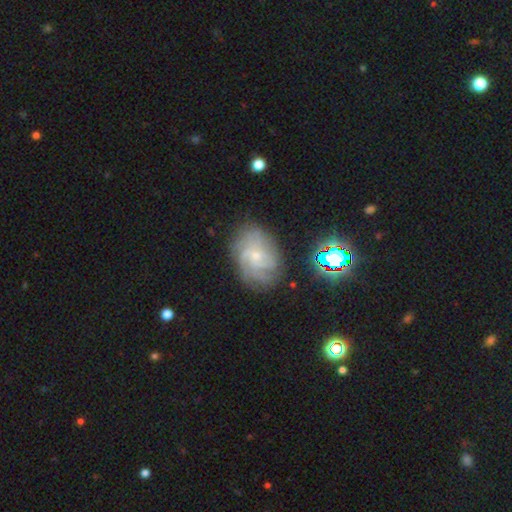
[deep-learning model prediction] smooth-or-featured: featured or disk: 72% | smooth: 17% | star or artifact: 12%
  disk-edge-on: no: 97% | yes: 3%
    bar: no: 75% | weak: 22% | strong: 3%
    has-spiral-arms: yes: 91% | no: 9%
      spiral-winding: tight: 55% | medium: 33% | loose: 12%
      spiral-arm-count: can't tell: 39% | 4: 20% | 3: 13% | more than 4: 13% | 2: 9% | 1: 6%
    bulge-size: small: 80% | moderate: 15% | none: 3% | large: 1% | dominant: 1%
  merging: none: 72% | minor disturbance: 18% | major disturbance: 8% | merger: 2%